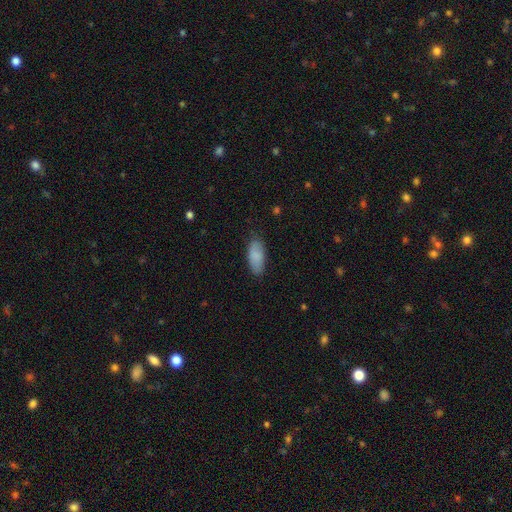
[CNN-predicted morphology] smooth_or_featured: smooth (p=0.86) [alt: featured or disk p=0.07]
how_rounded: in between (p=0.84) [alt: cigar-shaped p=0.14]
merging: none (p=0.79) [alt: minor disturbance p=0.16]